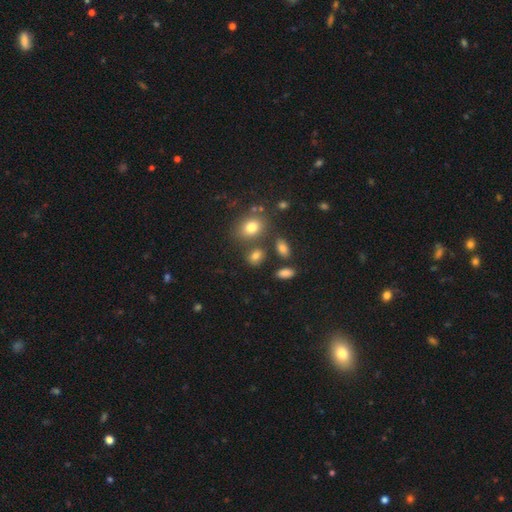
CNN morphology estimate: A smooth galaxy with no disk features (77%) that is in between round and cigar-shaped (60%).

Vote fractions:
- Smooth or featured? smooth: 77% / star or artifact: 13% / featured or disk: 10%
- How rounded? in between: 60% / round: 38% / cigar-shaped: 2%
- Merging? none: 69% / minor disturbance: 13% / merger: 13% / major disturbance: 5%